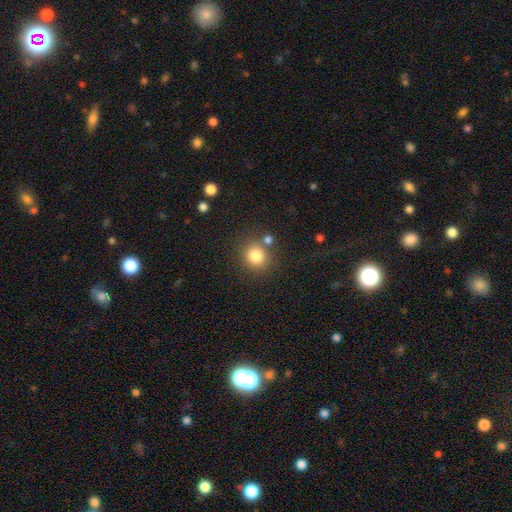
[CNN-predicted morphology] smooth-or-featured: smooth: 82% | star or artifact: 12% | featured or disk: 7%
  how-rounded: round: 89% | in between: 10% | cigar-shaped: 1%
  merging: none: 76% | merger: 11% | minor disturbance: 9% | major disturbance: 4%